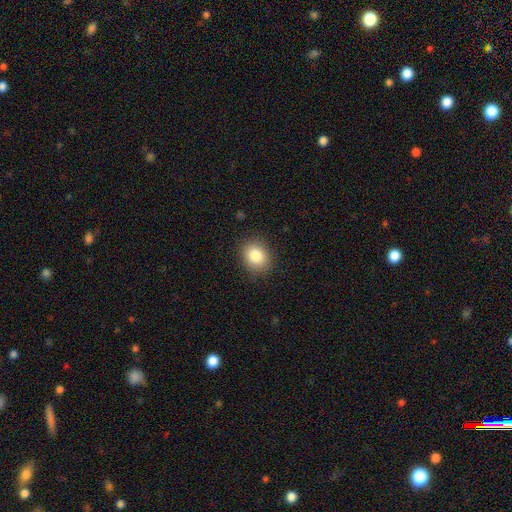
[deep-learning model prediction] The model was most divided on "how rounded": round: 64%, in between: 35%, cigar-shaped: 1%. More confident: merging — none (88%); smooth or featured — smooth (84%).